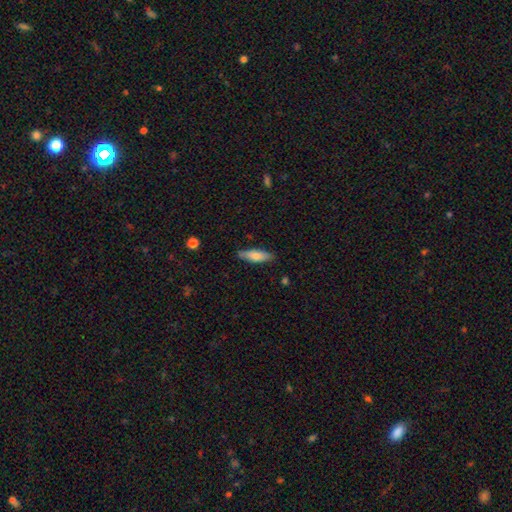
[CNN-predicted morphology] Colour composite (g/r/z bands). It shows a smooth galaxy with no disk features (72%) that is cigar-shaped (50%). Merging: none (85%).